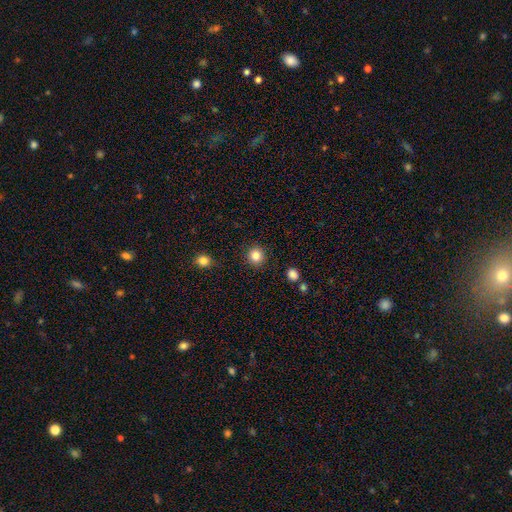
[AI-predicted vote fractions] This is clearly a smooth galaxy (85%). How rounded: clearly round (91%). Merging: clearly none (91%).